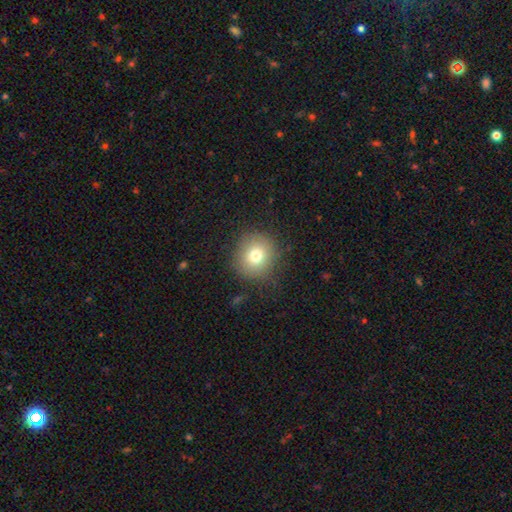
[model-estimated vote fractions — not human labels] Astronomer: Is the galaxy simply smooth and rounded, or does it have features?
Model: smooth — 76%.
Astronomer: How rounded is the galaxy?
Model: round — 89%.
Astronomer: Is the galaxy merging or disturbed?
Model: none — 85%.